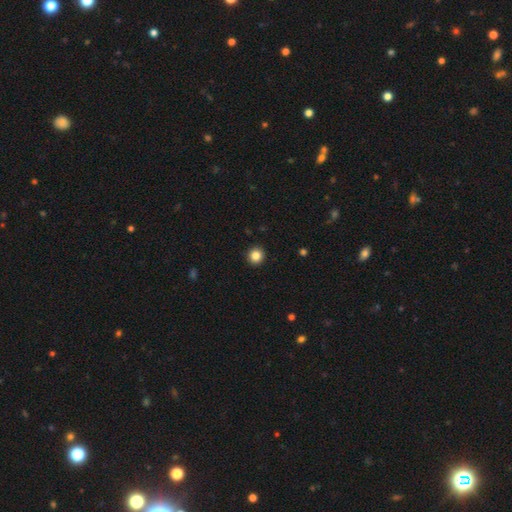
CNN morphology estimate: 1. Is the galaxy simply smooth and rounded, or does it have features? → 84% smooth, 11% star or artifact, 5% featured or disk.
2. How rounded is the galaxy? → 94% round, 5% in between, 1% cigar-shaped.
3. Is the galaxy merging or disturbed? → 93% none, 4% minor disturbance, 1% major disturbance, 1% merger.